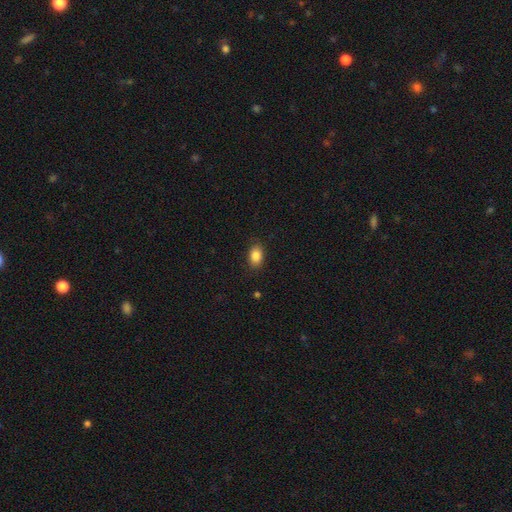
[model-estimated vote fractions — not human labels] Smooth or featured? Predicted: smooth (p=0.86). How rounded? Predicted: in between (p=0.82). Merging? Predicted: none (p=0.86).